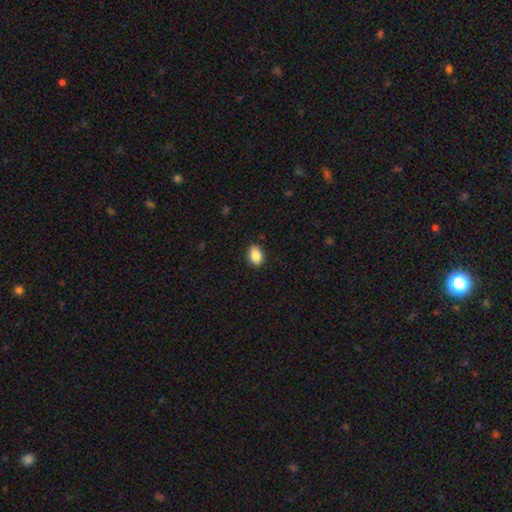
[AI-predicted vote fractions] Smooth or featured? Predicted: smooth (p=0.87). How rounded? Predicted: in between (p=0.75). Merging? Predicted: none (p=0.88).